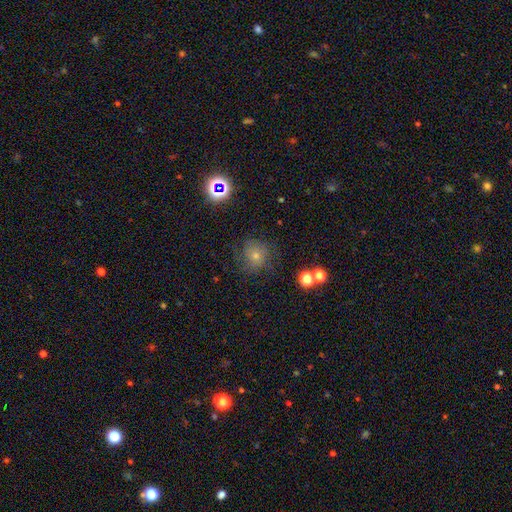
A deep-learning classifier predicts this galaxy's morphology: A smooth galaxy with no disk features (39%). Merging: none (77%).